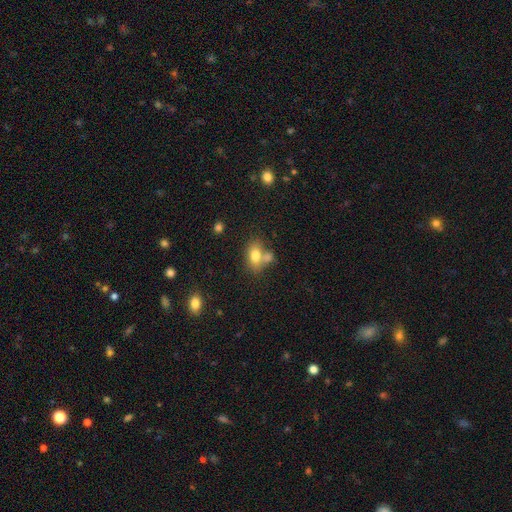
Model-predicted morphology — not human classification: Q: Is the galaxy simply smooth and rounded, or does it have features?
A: smooth — 77%.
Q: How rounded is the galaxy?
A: in between — 83%.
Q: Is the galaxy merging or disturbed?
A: none — 48%.